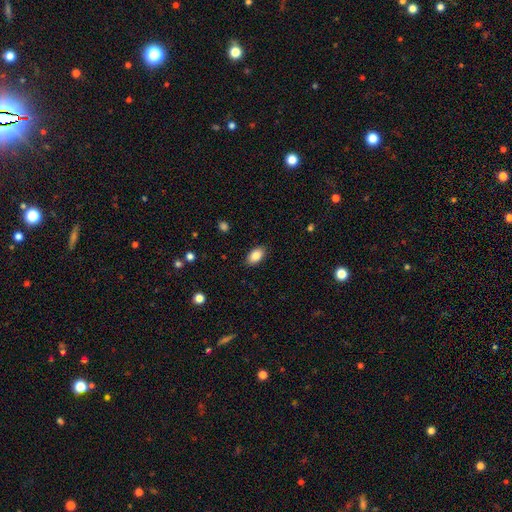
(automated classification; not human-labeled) Overall: smooth (86%). How rounded: in between (92%). Merging: none (88%).